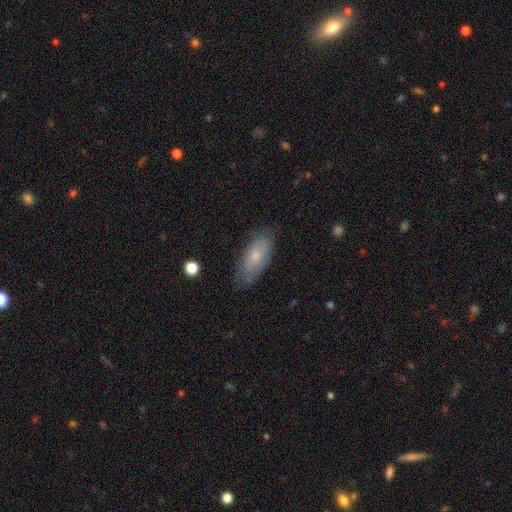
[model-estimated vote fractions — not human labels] Q: Smooth or featured?
A: smooth (66%); runner-up: featured or disk (27%)
Q: How rounded?
A: in between (84%); runner-up: cigar-shaped (13%)
Q: Merging?
A: none (74%); runner-up: minor disturbance (20%)